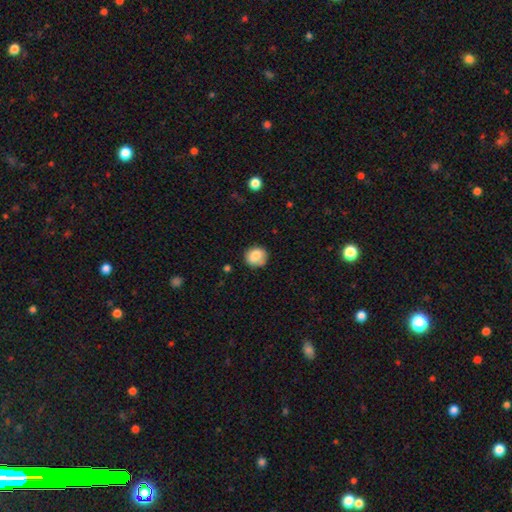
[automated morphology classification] A smooth galaxy with no disk features (82%) that is round (82%).

Vote fractions:
- Smooth or featured? smooth: 82% / featured or disk: 9% / star or artifact: 9%
- How rounded? round: 82% / in between: 17% / cigar-shaped: 1%
- Merging? none: 73% / minor disturbance: 19% / major disturbance: 4% / merger: 3%